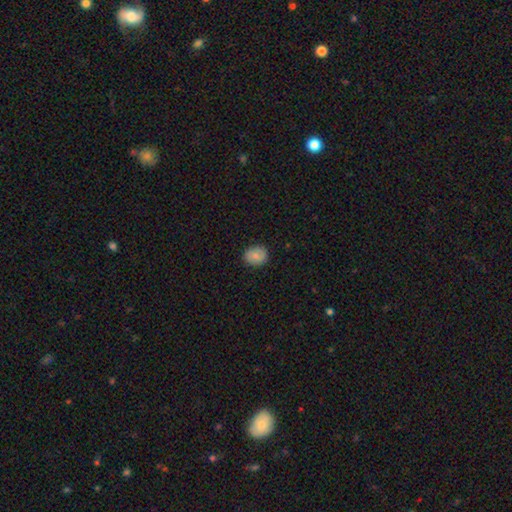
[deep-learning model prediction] Overall: smooth (83%). How rounded: round (63%; in between 36%). Merging: none (87%).